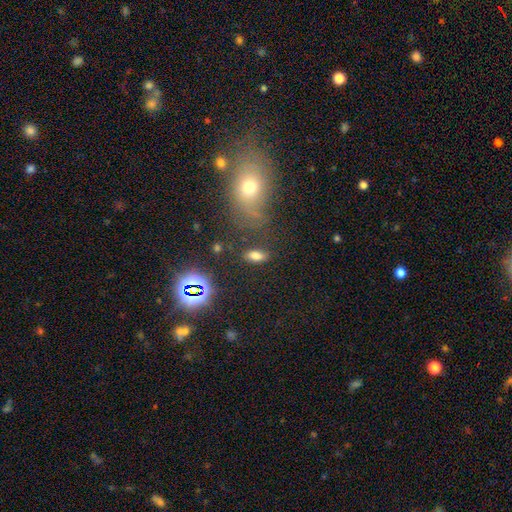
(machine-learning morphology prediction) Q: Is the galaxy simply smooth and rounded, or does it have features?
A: smooth — 75%.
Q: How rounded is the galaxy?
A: in between — 86%.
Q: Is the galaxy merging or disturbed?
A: none — 82%.